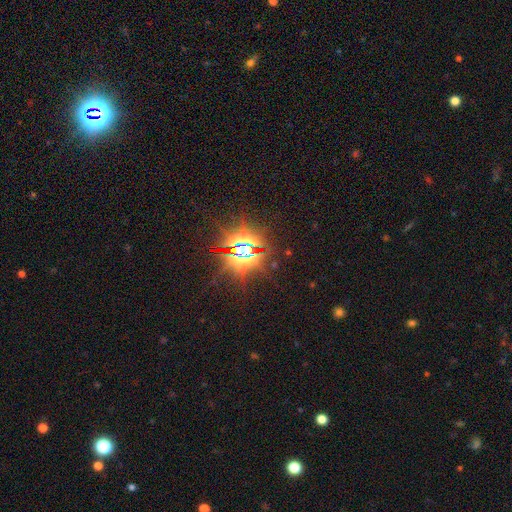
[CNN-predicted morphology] star or artifact 84%, featured or disk 9%, smooth 7%.